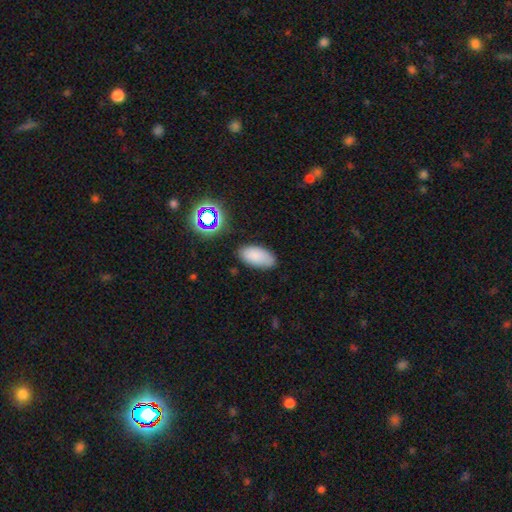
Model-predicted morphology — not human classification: Smooth or featured? smooth (82%)
How rounded? in between (93%)
Merging? none (81%)